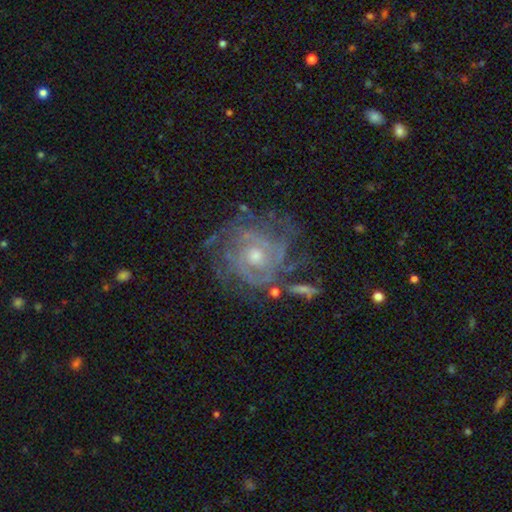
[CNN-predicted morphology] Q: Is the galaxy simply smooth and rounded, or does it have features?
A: featured or disk — 86%.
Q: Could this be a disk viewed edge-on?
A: no — 98%.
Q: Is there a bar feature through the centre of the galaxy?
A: no — 75%.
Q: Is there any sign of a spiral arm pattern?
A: yes — 92%.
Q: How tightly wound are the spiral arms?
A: tight — 70%.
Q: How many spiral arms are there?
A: can't tell — 37%.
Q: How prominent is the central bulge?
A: moderate — 56%.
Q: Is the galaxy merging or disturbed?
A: none — 63%.